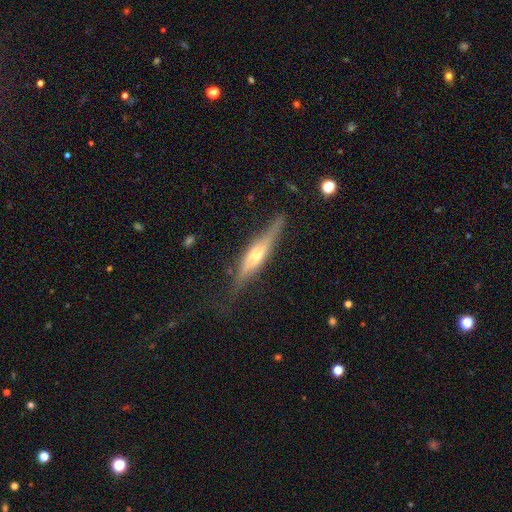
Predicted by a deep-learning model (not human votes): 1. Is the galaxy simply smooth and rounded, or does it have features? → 70% featured or disk, 23% smooth, 7% star or artifact.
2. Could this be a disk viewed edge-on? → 94% yes, 6% no.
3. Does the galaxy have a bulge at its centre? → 78% rounded, 13% boxy, 9% none.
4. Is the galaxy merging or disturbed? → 77% none, 17% minor disturbance, 5% major disturbance, 2% merger.